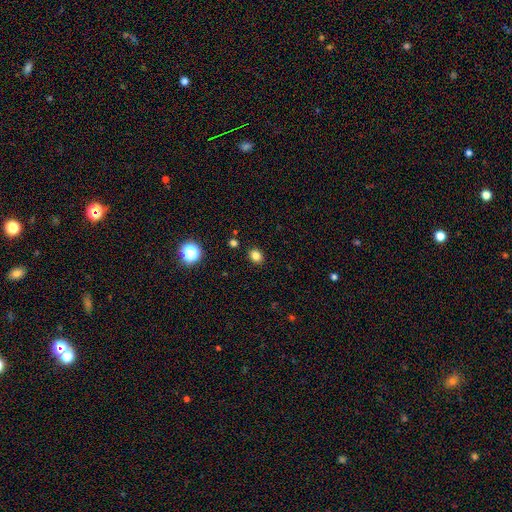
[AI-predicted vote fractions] Smooth or featured? smooth (81%)
How rounded? round (56%)
Merging? none (89%)